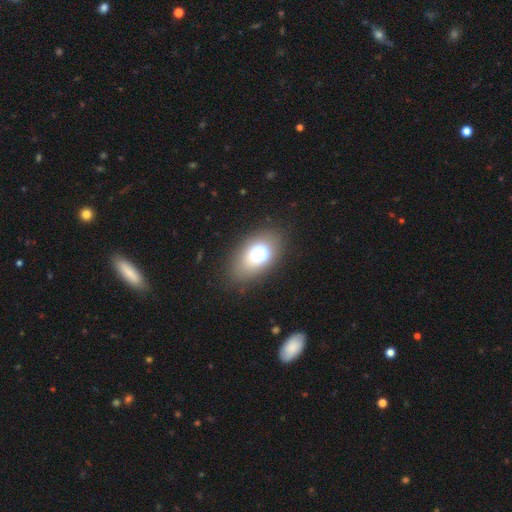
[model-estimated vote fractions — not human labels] Smooth or featured: smooth — 60% (featured or disk — 20%)
How rounded: in between — 74% (round — 23%)
Merging: none — 80% (minor disturbance — 11%)